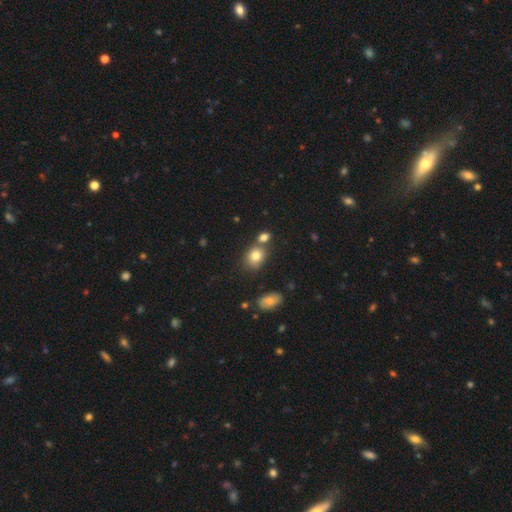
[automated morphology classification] This appears to be a smooth galaxy with no disk features (79%) that is in between round and cigar-shaped (53%). Merging: none (57%).